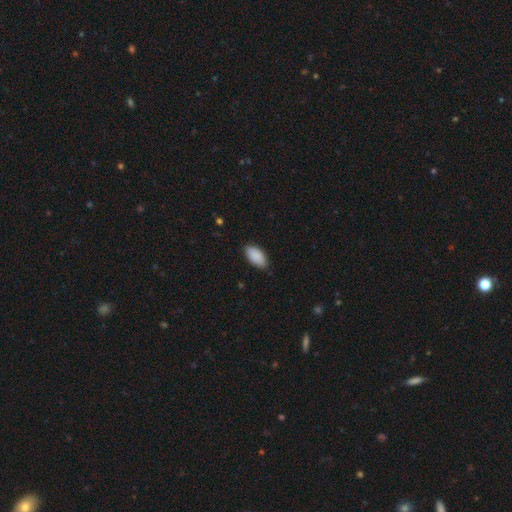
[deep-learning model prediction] smooth-or-featured: smooth: 90% | star or artifact: 6% | featured or disk: 4%
  how-rounded: in between: 94% | cigar-shaped: 4% | round: 2%
  merging: none: 84% | minor disturbance: 12% | major disturbance: 2% | merger: 1%